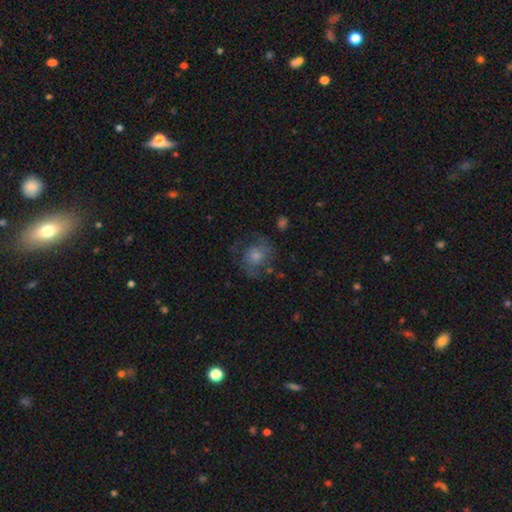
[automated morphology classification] Smooth or featured?
  - featured or disk: 61% *
  - smooth: 24%
  - star or artifact: 15%
Edge-on disk?
  - no: 97% *
  - yes: 3%
Bar?
  - no: 73% *
  - weak: 23%
  - strong: 4%
Spiral arms?
  - yes: 86% *
  - no: 14%
Spiral winding?
  - medium: 51% *
  - tight: 27%
  - loose: 23%
Spiral arm count?
  - 2: 68% *
  - can't tell: 17%
  - 3: 7%
  - 1: 4%
  - 4: 2%
  - more than 4: 2%
Bulge size?
  - moderate: 47% *
  - small: 34%
  - large: 11%
  - none: 6%
  - dominant: 2%
Merging?
  - none: 70% *
  - minor disturbance: 16%
  - major disturbance: 12%
  - merger: 2%